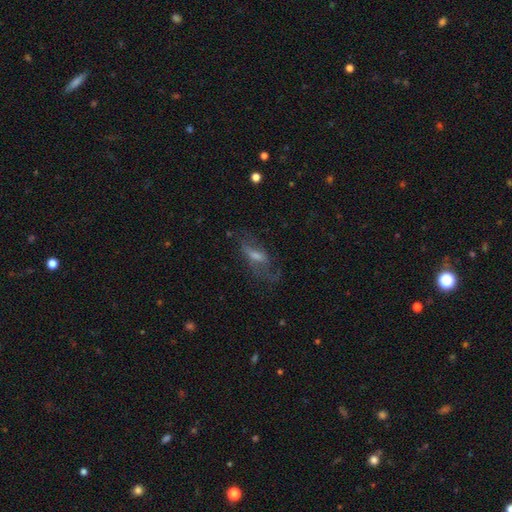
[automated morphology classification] Smooth or featured: featured or disk — 52% (smooth — 32%)
Edge-on disk: no — 77% (yes — 23%)
Merging: none — 54% (major disturbance — 23%)